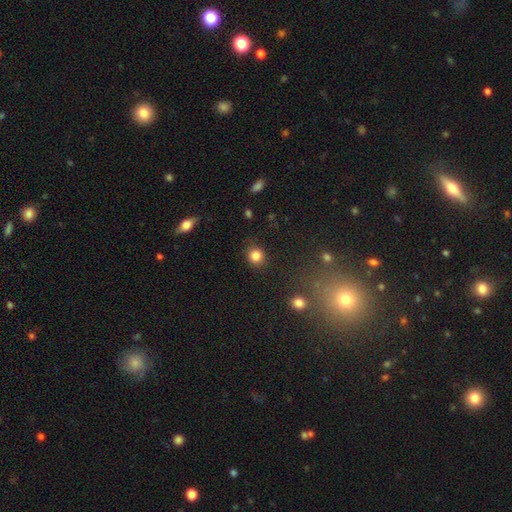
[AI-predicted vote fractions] The model was most divided on "smooth or featured": smooth: 84%, star or artifact: 11%, featured or disk: 5%. More confident: how rounded — round (87%); merging — none (87%).